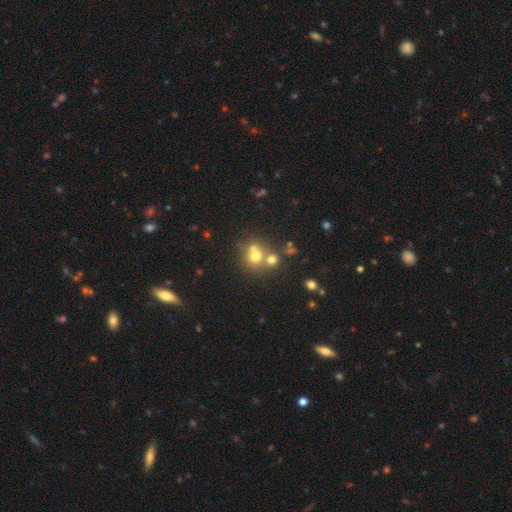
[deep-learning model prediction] A smooth galaxy with no disk features (64%) that is round (85%). Merging: none (46%).